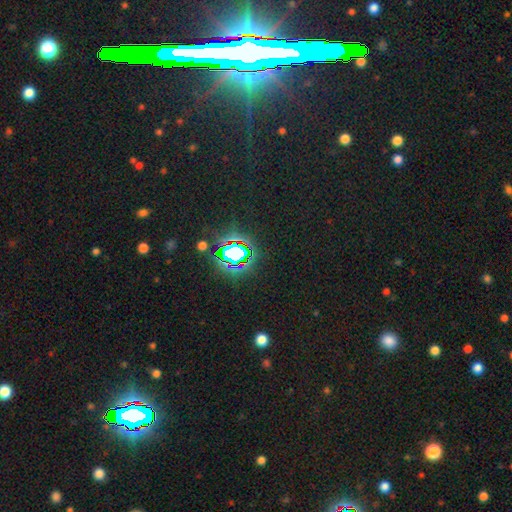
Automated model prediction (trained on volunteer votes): smooth_or_featured: star or artifact (p=0.82) [alt: smooth p=0.09]